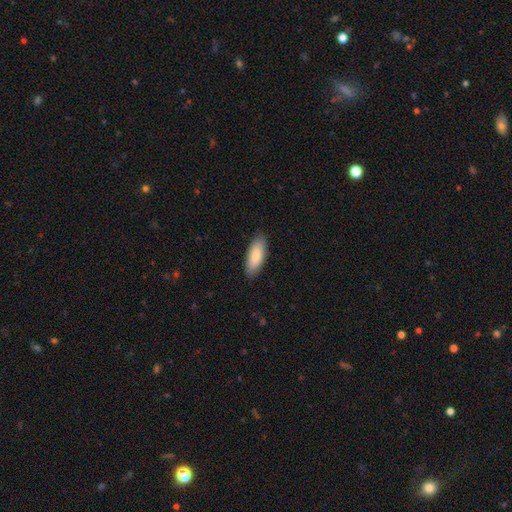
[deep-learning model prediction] smooth_or_featured: smooth (p=0.83) [alt: featured or disk p=0.12]
how_rounded: in between (p=0.77) [alt: cigar-shaped p=0.22]
merging: none (p=0.89) [alt: minor disturbance p=0.09]